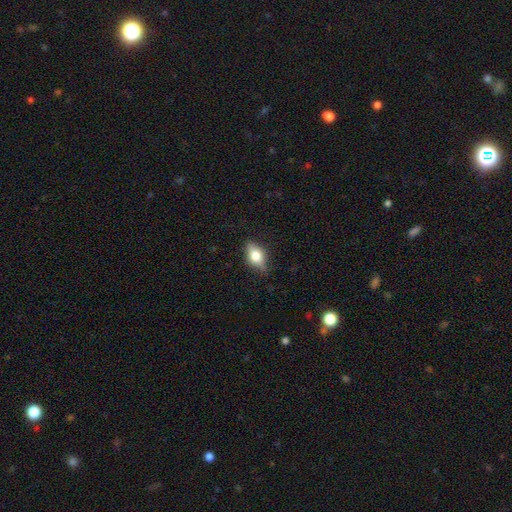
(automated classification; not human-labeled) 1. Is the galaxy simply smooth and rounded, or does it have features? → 63% smooth, 29% featured or disk, 9% star or artifact.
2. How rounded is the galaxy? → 79% in between, 13% round, 8% cigar-shaped.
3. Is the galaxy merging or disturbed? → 79% none, 16% minor disturbance, 4% major disturbance, 1% merger.